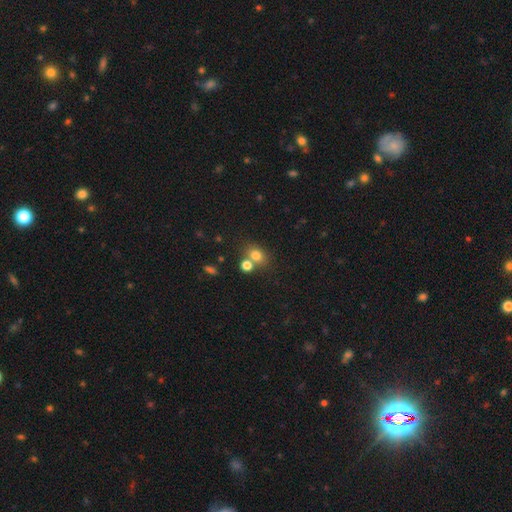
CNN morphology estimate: Overall: smooth (77%). How rounded: round (55%; in between 44%). Merging: none (54%; merger 32%).